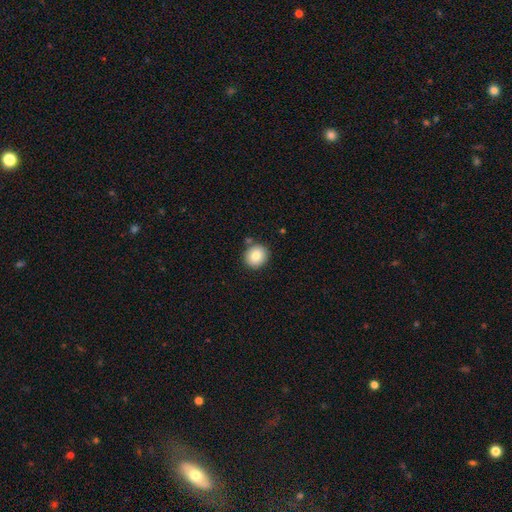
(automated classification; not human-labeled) smooth-or-featured: smooth: 81% | featured or disk: 10% | star or artifact: 9%
  how-rounded: round: 85% | in between: 14% | cigar-shaped: 1%
  merging: none: 81% | minor disturbance: 10% | merger: 7% | major disturbance: 2%